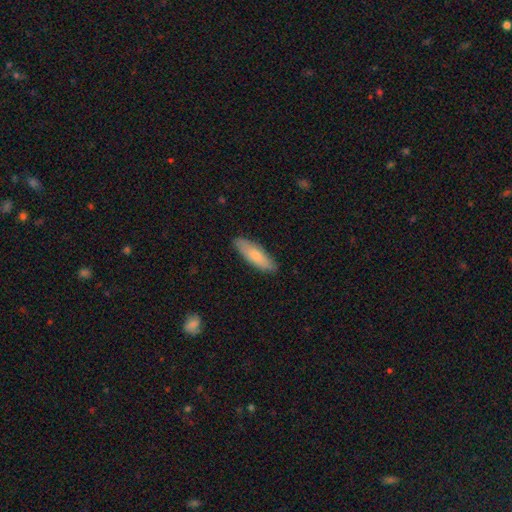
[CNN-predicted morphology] Overall: smooth (76%). How rounded: in between (49%, tied with cigar-shaped). Merging: none (86%).